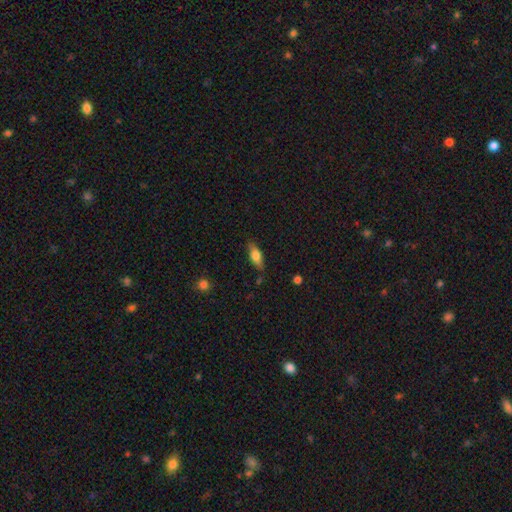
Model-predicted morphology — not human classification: The model was most divided on "smooth or featured": smooth: 64%, featured or disk: 29%, star or artifact: 7%. More confident: merging — none (81%); how rounded — in between (67%).